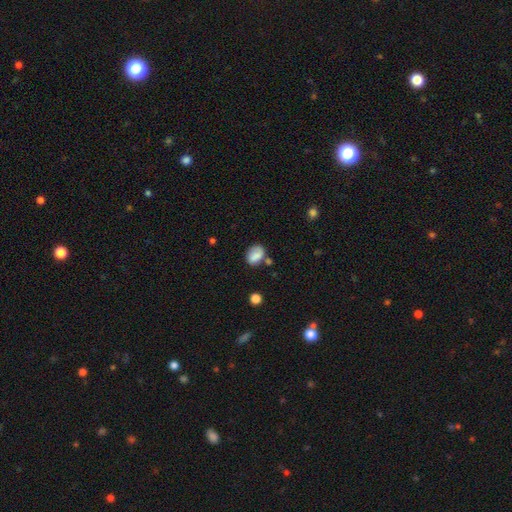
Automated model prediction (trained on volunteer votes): The model was most divided on "merging": none: 58%, minor disturbance: 23%, merger: 12%, major disturbance: 7%. More confident: smooth or featured — smooth (80%); how rounded — in between (71%).